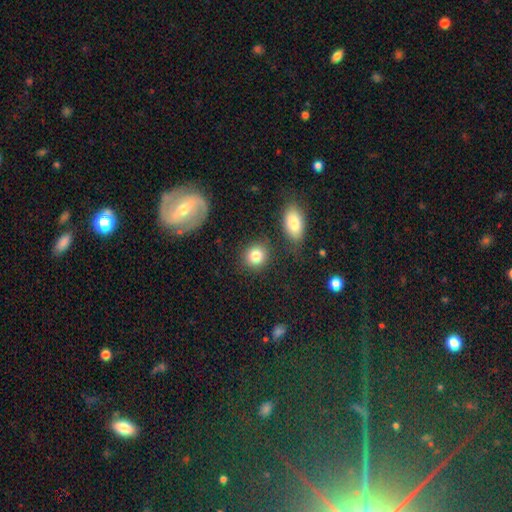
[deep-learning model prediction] Smooth or featured? Predicted: smooth (p=0.84). How rounded? Predicted: round (p=0.77). Merging? Predicted: none (p=0.79).